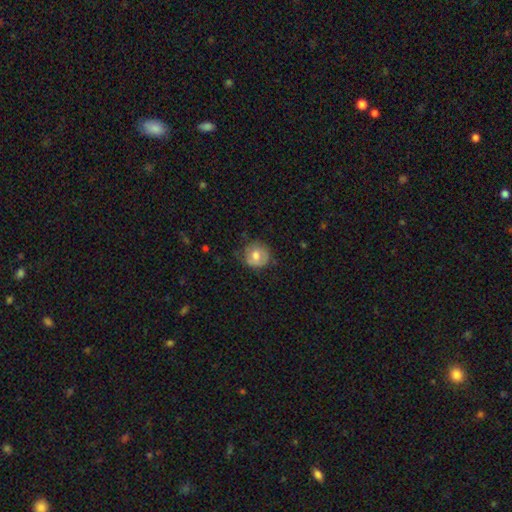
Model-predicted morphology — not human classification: This appears to be a smooth galaxy with no disk features (63%) that is round (87%). Merging: none (67%).